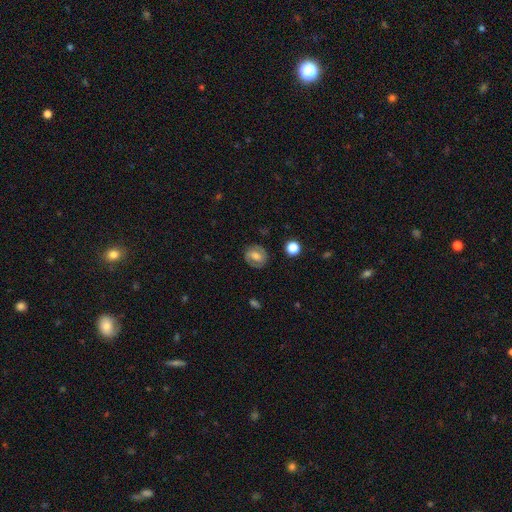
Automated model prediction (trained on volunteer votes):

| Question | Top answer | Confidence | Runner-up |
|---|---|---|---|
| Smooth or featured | featured or disk | 53% | smooth (39%) |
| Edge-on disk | no | 96% | yes (4%) |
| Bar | weak | 45% | no (32%) |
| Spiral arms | yes | 75% | no (25%) |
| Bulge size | moderate | 58% | small (23%) |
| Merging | none | 83% | minor disturbance (12%) |